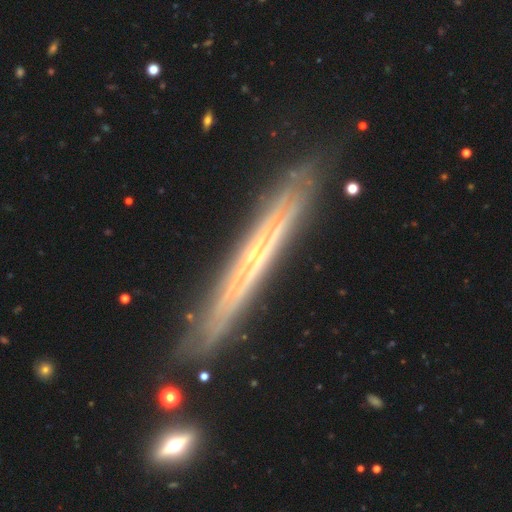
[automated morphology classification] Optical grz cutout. It shows a featured or disk galaxy (75%) viewed edge-on (78%) with no central bulge (61%). Merging: none (82%).